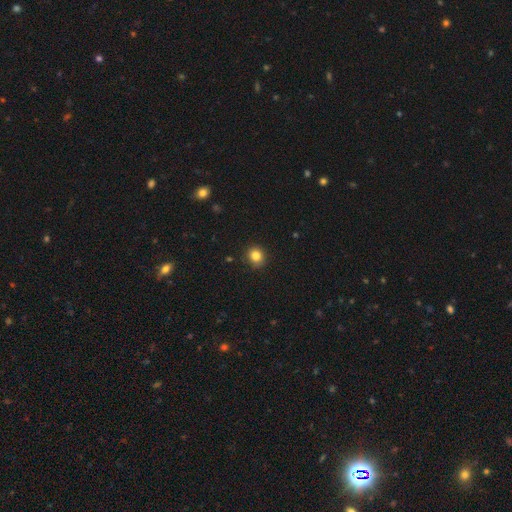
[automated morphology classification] Smooth or featured? Predicted: smooth (p=0.84). How rounded? Predicted: round (p=0.83). Merging? Predicted: none (p=0.87).